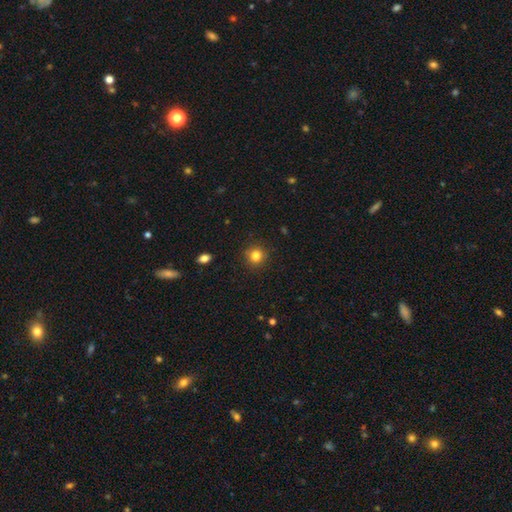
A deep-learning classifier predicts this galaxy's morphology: This appears to be a smooth galaxy with no disk features (82%) that is round (92%). Merging: none (90%).